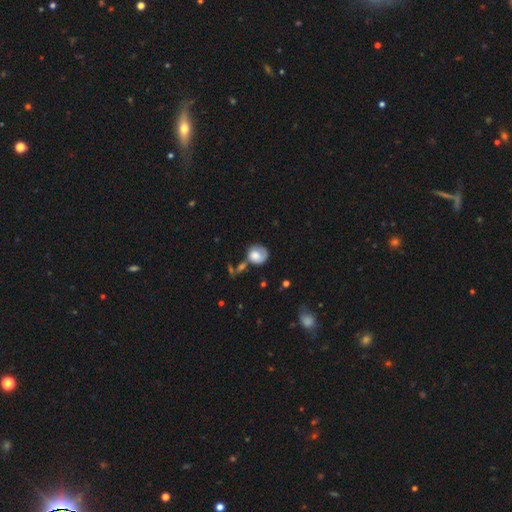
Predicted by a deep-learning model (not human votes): smooth_or_featured: smooth (p=0.71) [alt: featured or disk p=0.22]
how_rounded: round (p=0.76) [alt: in between p=0.23]
merging: none (p=0.46) [alt: minor disturbance p=0.26]